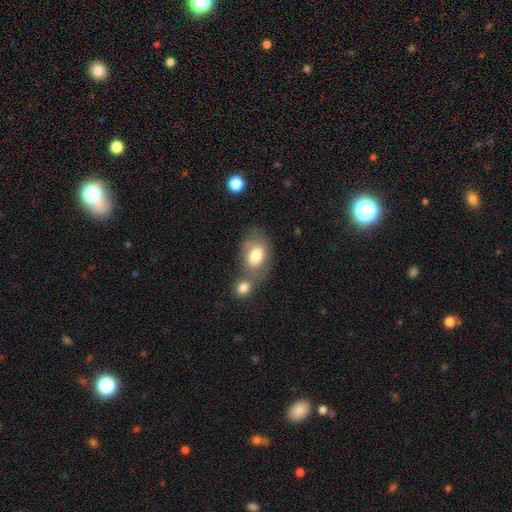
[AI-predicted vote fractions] Q: Smooth or featured?
A: smooth (75%); runner-up: featured or disk (18%)
Q: How rounded?
A: in between (82%); runner-up: round (17%)
Q: Merging?
A: merger (43%); runner-up: none (34%)